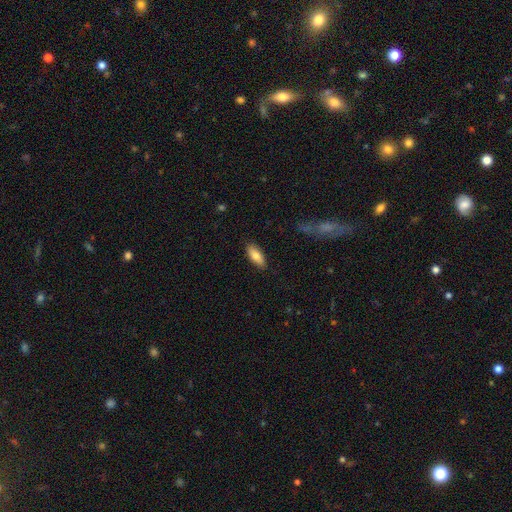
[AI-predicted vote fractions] smooth 79%, featured or disk 15%, star or artifact 6%. Down the decision tree: how rounded — in between (77%); merging — none (87%).